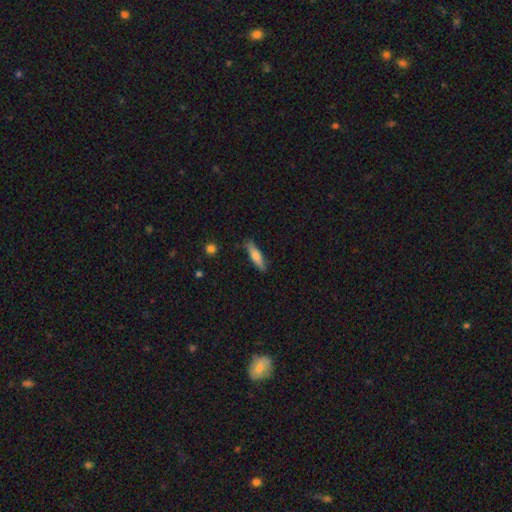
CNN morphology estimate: A smooth galaxy with no disk features (70%) that is cigar-shaped (72%).

Vote fractions:
- Smooth or featured? smooth: 70% / featured or disk: 24% / star or artifact: 6%
- How rounded? cigar-shaped: 72% / in between: 26% / round: 2%
- Merging? none: 83% / minor disturbance: 13% / major disturbance: 2% / merger: 2%